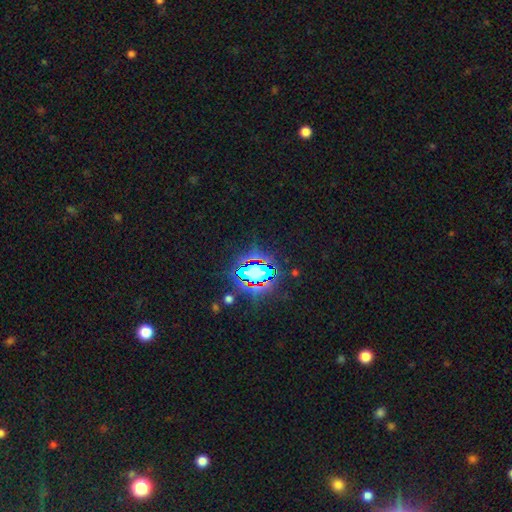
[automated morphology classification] Smooth or featured?
  - star or artifact: 80% *
  - smooth: 11%
  - featured or disk: 8%